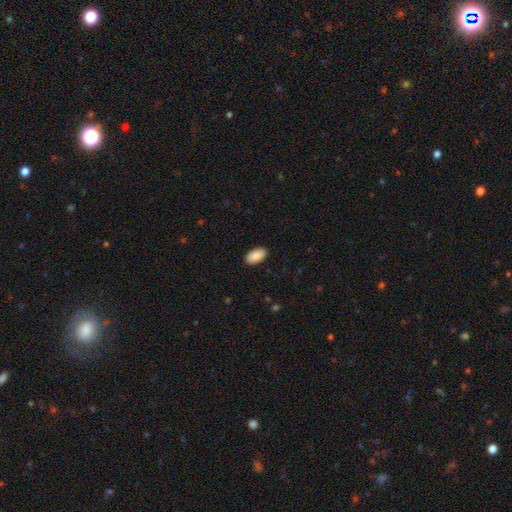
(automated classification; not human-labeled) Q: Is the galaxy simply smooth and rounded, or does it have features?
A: smooth — 88%.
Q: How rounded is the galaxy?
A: in between — 95%.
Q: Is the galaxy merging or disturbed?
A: none — 90%.